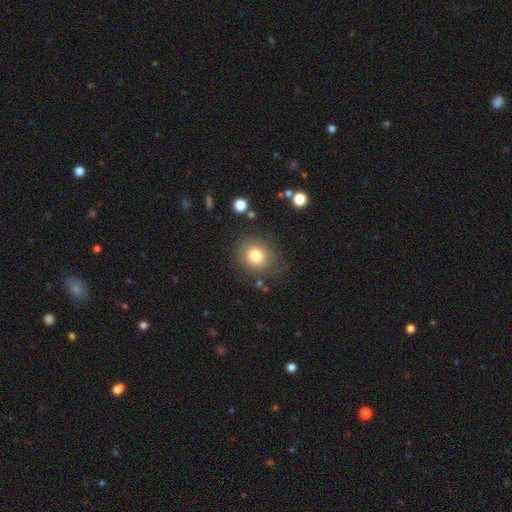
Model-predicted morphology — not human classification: smooth-or-featured: smooth: 78% | star or artifact: 11% | featured or disk: 11%
  how-rounded: round: 79% | in between: 20% | cigar-shaped: 1%
  merging: none: 78% | minor disturbance: 14% | major disturbance: 6% | merger: 3%